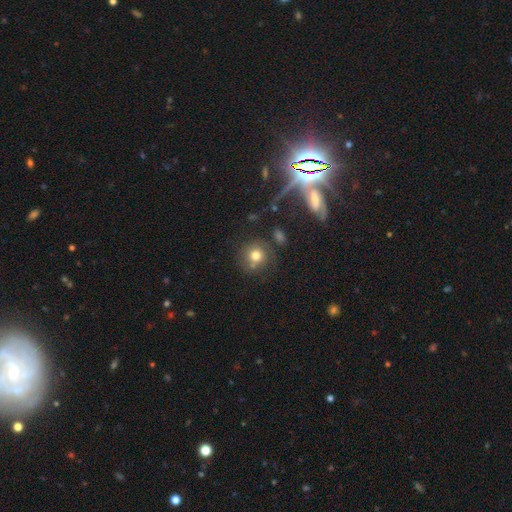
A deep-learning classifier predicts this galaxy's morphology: smooth-or-featured: smooth: 71% | star or artifact: 15% | featured or disk: 14%
  how-rounded: round: 90% | in between: 9% | cigar-shaped: 1%
  merging: none: 67% | merger: 13% | minor disturbance: 13% | major disturbance: 6%